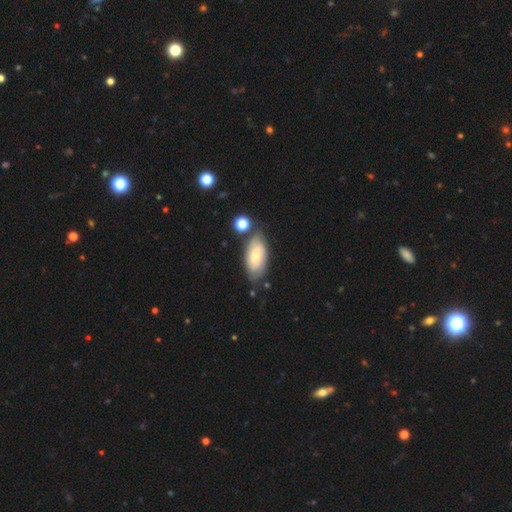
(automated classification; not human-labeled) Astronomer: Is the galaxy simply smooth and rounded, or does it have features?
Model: smooth — 50% (runner-up: featured or disk, 43%).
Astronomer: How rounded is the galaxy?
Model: in between — 90%.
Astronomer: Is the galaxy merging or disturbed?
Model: none — 66%.